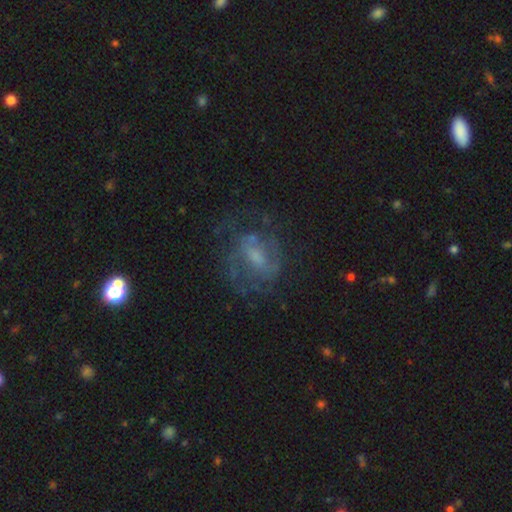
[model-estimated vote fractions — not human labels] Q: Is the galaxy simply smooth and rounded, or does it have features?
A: featured or disk — 69%.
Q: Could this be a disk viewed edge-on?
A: no — 96%.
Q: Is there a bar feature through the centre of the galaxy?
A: weak — 49%.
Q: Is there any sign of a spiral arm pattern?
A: yes — 78%.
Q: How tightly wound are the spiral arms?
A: medium — 45%.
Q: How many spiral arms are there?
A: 2 — 43%.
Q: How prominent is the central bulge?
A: small — 40%.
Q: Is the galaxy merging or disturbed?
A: none — 61%.